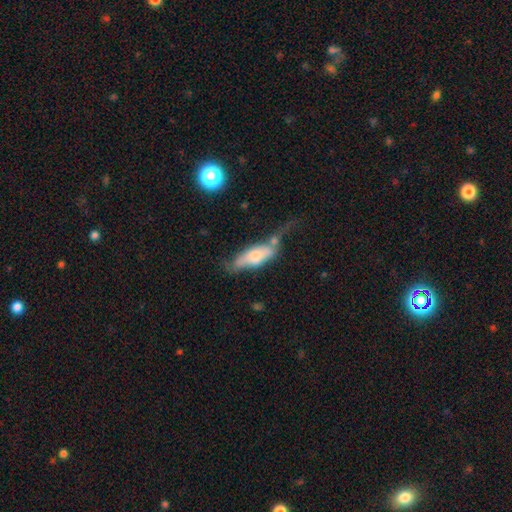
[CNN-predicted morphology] This appears to be a smooth galaxy with no disk features (58%) that is in between round and cigar-shaped (61%). Merging: none (27%).